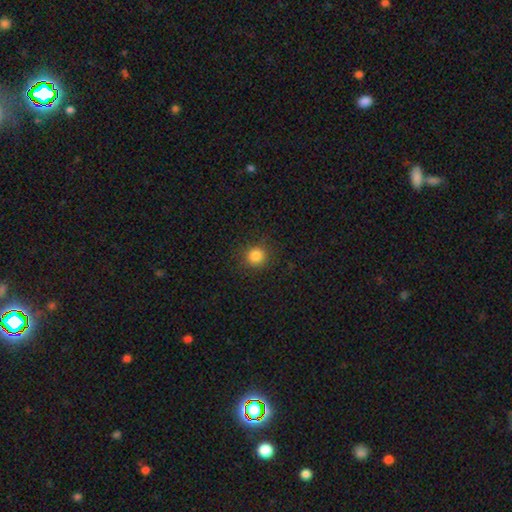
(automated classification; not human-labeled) A smooth galaxy with no disk features (83%) that is round (90%).

Vote fractions:
- Smooth or featured? smooth: 83% / star or artifact: 12% / featured or disk: 4%
- How rounded? round: 90% / in between: 9% / cigar-shaped: 1%
- Merging? none: 88% / minor disturbance: 8% / major disturbance: 3% / merger: 1%